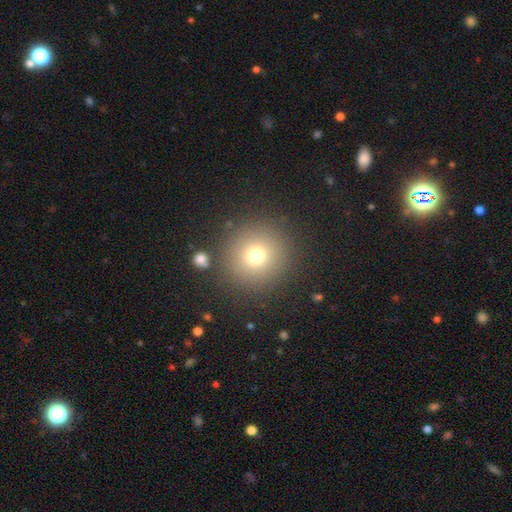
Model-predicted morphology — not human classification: Smooth or featured? Predicted: smooth (p=0.72). How rounded? Predicted: round (p=0.95). Merging? Predicted: none (p=0.87).